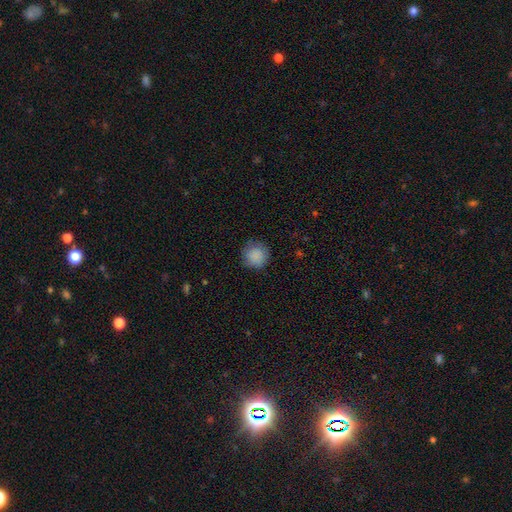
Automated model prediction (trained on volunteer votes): A smooth galaxy with no disk features (87%) that is round (92%). Merging: none (80%).